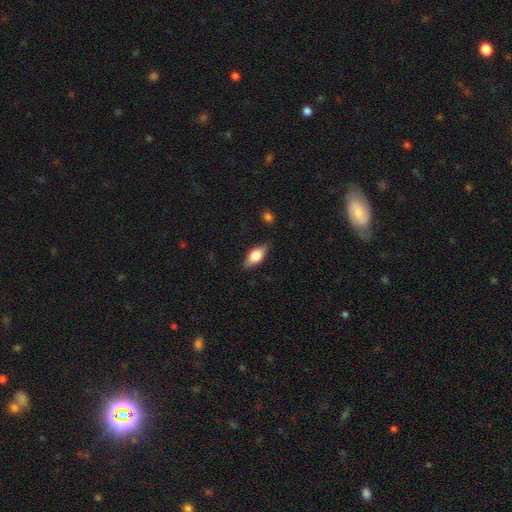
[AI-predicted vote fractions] smooth-or-featured: smooth: 64% | featured or disk: 29% | star or artifact: 7%
  how-rounded: in between: 81% | cigar-shaped: 14% | round: 5%
  merging: none: 81% | minor disturbance: 15% | major disturbance: 3% | merger: 1%